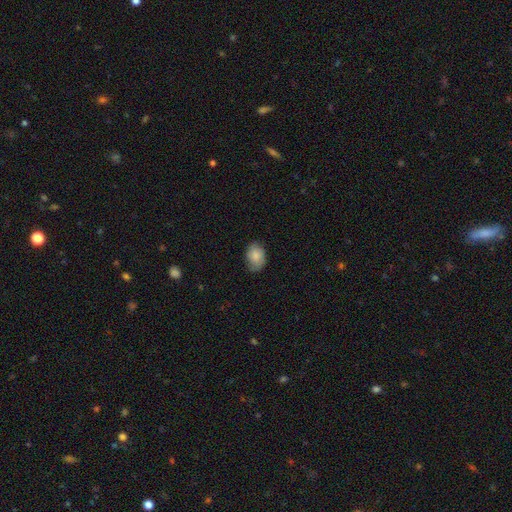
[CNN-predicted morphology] Smooth or featured? Predicted: smooth (p=0.79). How rounded? Predicted: in between (p=0.78). Merging? Predicted: none (p=0.70).